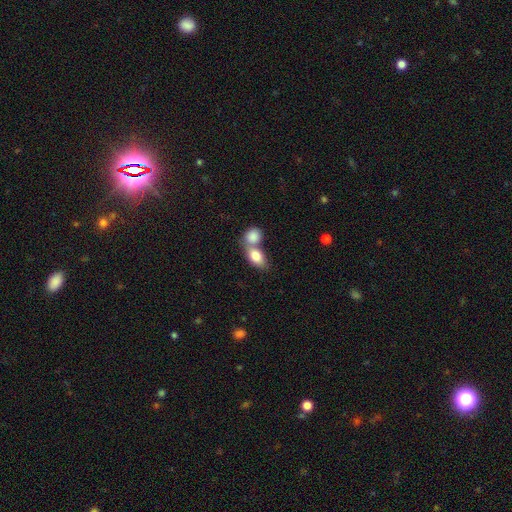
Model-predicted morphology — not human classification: smooth-or-featured: smooth: 82% | featured or disk: 12% | star or artifact: 7%
  how-rounded: in between: 81% | round: 16% | cigar-shaped: 3%
  merging: merger: 64% | none: 25% | minor disturbance: 7% | major disturbance: 3%